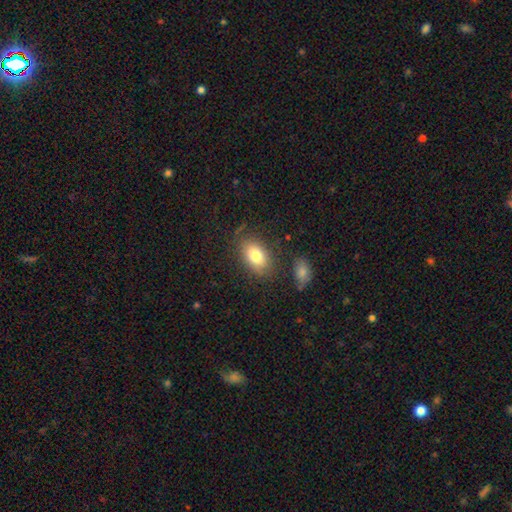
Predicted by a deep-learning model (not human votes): smooth 79%, featured or disk 13%, star or artifact 8%. Down the decision tree: how rounded — in between (88%); merging — none (77%).